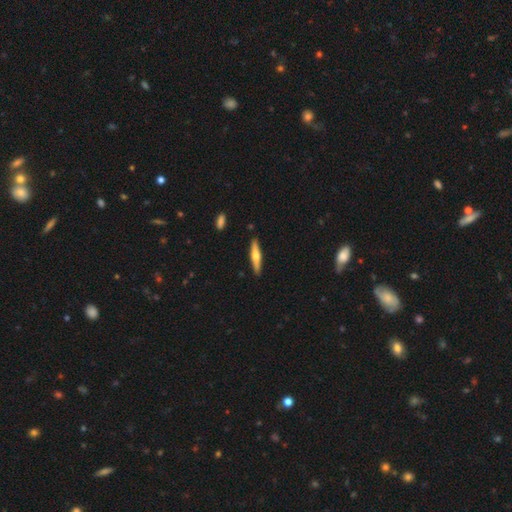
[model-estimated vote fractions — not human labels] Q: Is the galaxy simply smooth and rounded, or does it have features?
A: featured or disk — 50%.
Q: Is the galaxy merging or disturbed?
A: none — 90%.